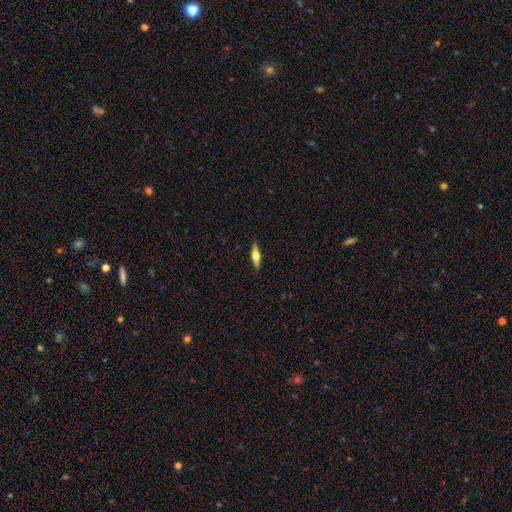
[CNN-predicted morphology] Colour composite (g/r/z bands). It shows a smooth galaxy with no disk features (47%). Merging: none (89%).